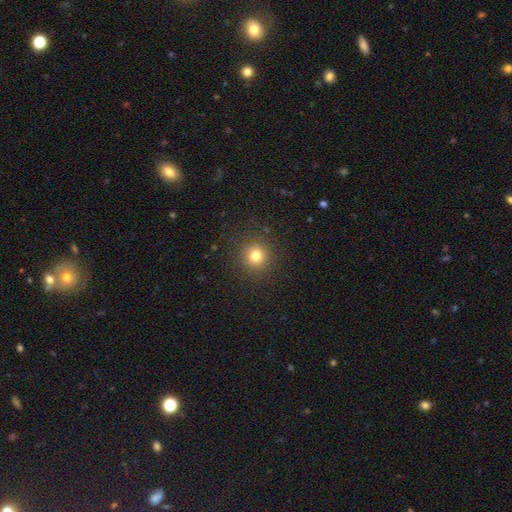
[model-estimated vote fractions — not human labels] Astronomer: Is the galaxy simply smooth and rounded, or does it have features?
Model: smooth — 78%.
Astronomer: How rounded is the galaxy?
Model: round — 94%.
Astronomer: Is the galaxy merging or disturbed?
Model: none — 90%.